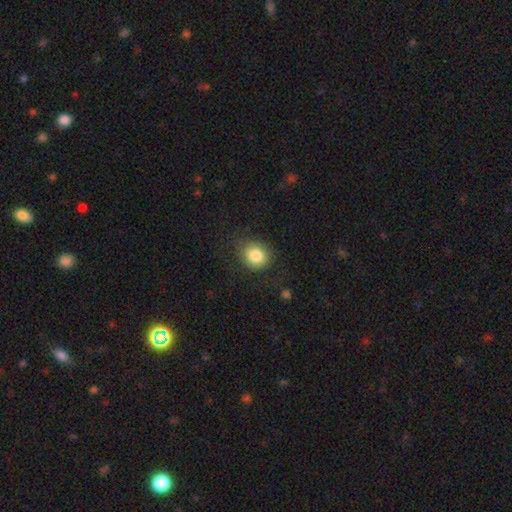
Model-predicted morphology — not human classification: Overall: smooth (84%). How rounded: round (75%). Merging: none (79%).